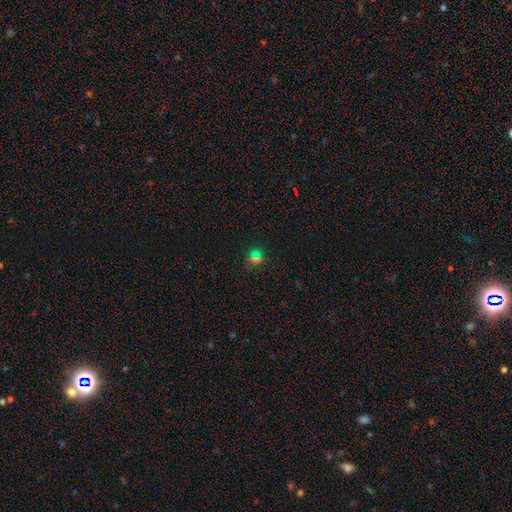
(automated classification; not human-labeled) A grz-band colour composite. It shows a smooth galaxy with no disk features (53%) that is round (74%). Merging: none (81%).